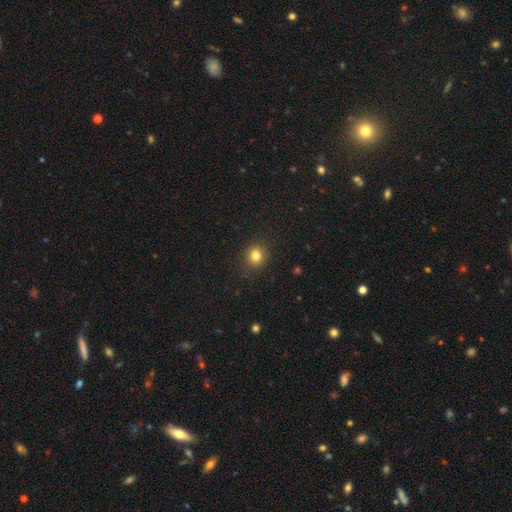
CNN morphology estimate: smooth-or-featured: smooth: 82% | star or artifact: 12% | featured or disk: 6%
  how-rounded: round: 86% | in between: 13% | cigar-shaped: 1%
  merging: none: 89% | minor disturbance: 7% | major disturbance: 2% | merger: 1%